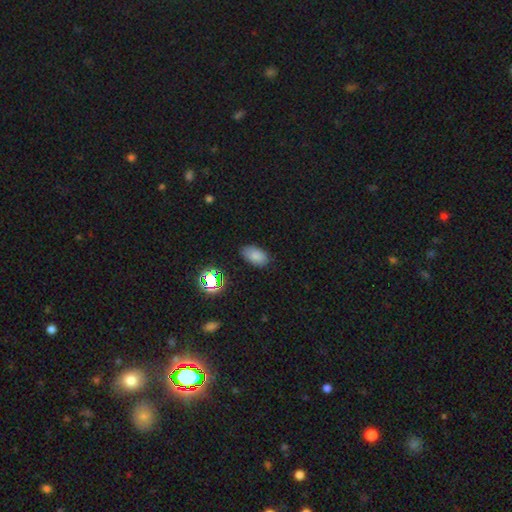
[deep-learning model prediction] Smooth or featured: smooth — 79% (star or artifact — 14%)
How rounded: in between — 92% (round — 7%)
Merging: none — 81% (minor disturbance — 14%)